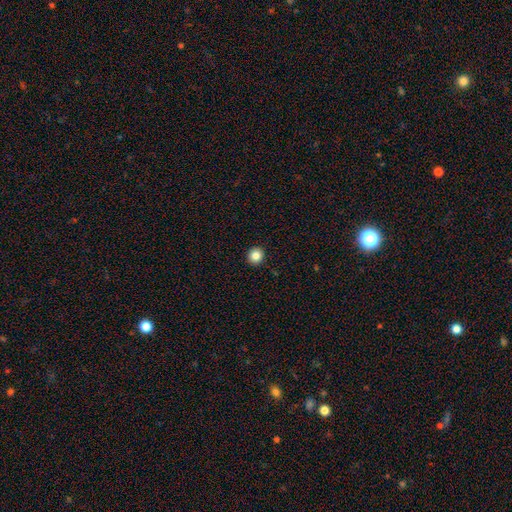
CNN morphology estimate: A smooth galaxy with no disk features (85%) that is round (88%). Merging: none (93%).